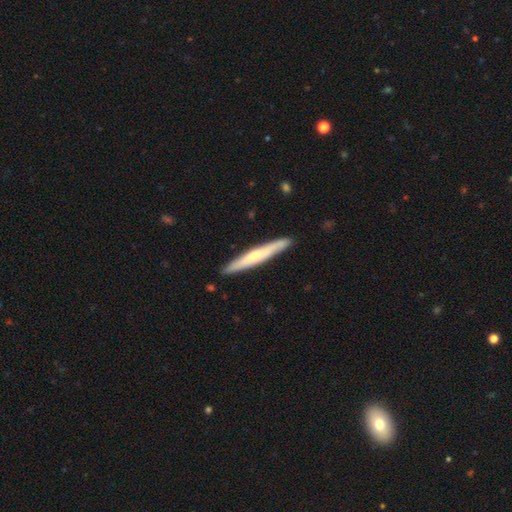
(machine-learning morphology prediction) This is possibly a featured or disk galaxy (59%). It is clearly viewed edge-on (95%). Edge-on bulge: likely rounded (67%). Merging: clearly none (90%).